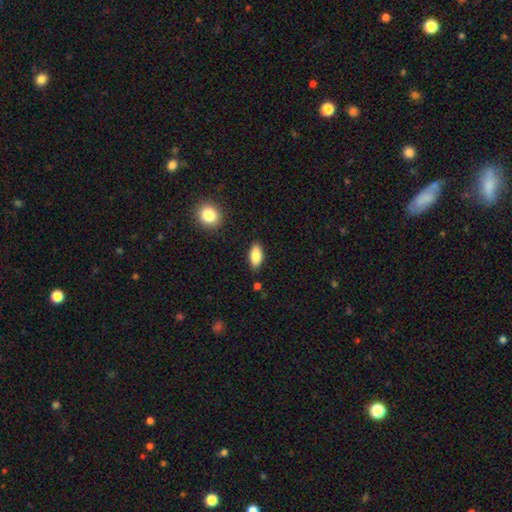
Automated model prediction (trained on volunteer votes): This is clearly a smooth galaxy (86%). How rounded: clearly in between (89%). Merging: clearly none (85%).